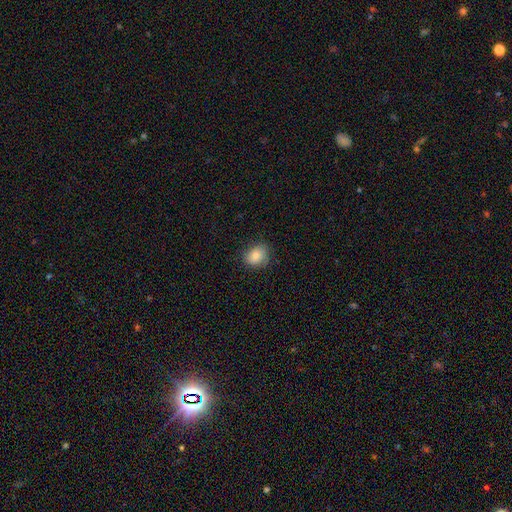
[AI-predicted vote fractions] Overall: smooth (81%). How rounded: round (53%; in between 46%). Merging: none (77%).